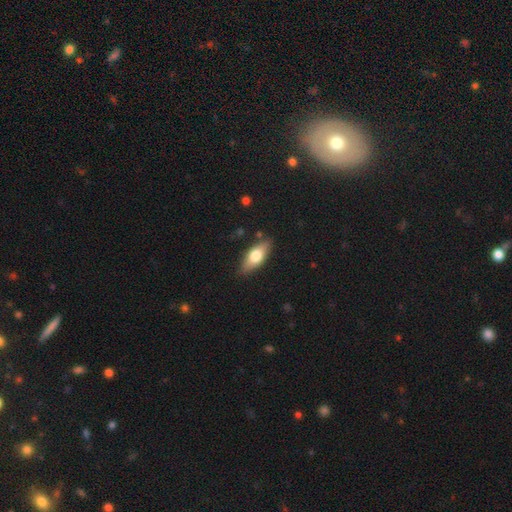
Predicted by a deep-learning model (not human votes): Smooth or featured: smooth — 66% (featured or disk — 28%)
How rounded: in between — 76% (cigar-shaped — 21%)
Merging: none — 84% (minor disturbance — 12%)